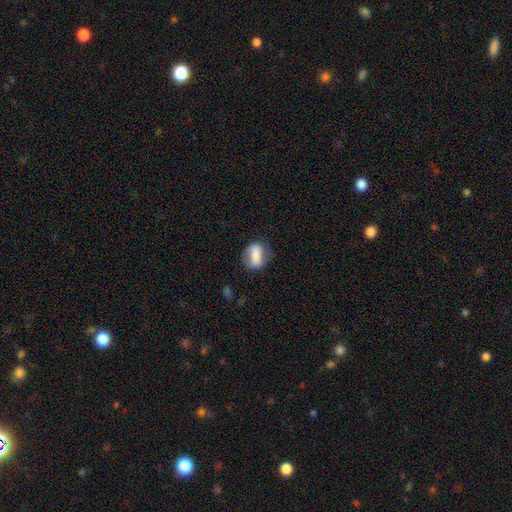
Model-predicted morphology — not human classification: Smooth or featured? Predicted: smooth (p=0.74). How rounded? Predicted: in between (p=0.76). Merging? Predicted: none (p=0.67).